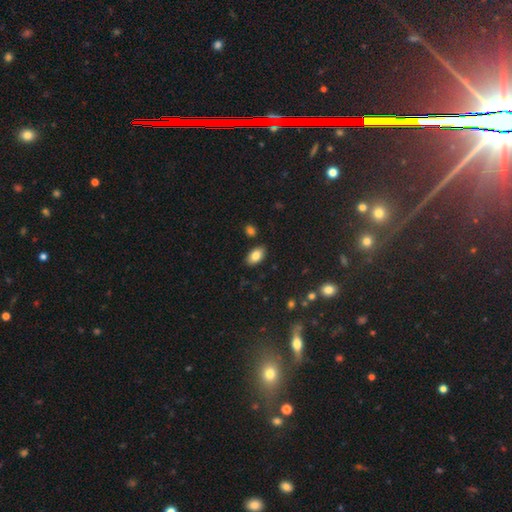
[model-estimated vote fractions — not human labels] A smooth galaxy with no disk features (82%) that is in between round and cigar-shaped (93%). Merging: none (85%).